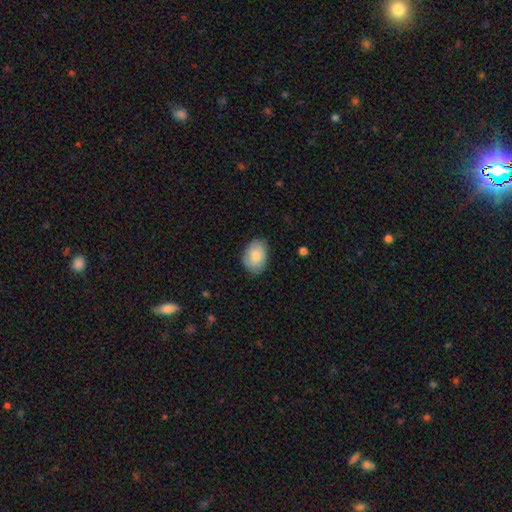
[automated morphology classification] smooth_or_featured: smooth (p=0.82) [alt: featured or disk p=0.12]
how_rounded: in between (p=0.81) [alt: round p=0.18]
merging: none (p=0.80) [alt: minor disturbance p=0.16]